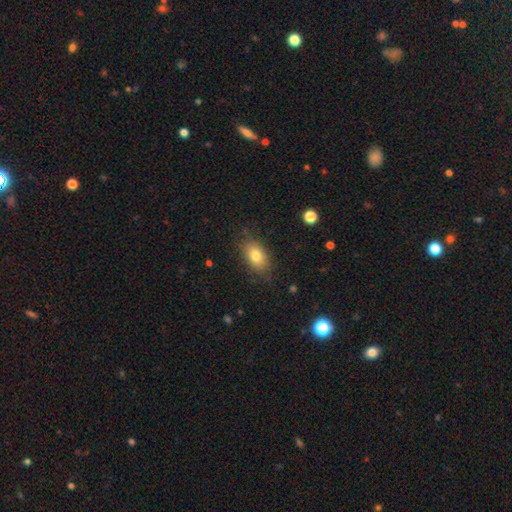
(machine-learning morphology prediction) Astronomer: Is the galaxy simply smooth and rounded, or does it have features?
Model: smooth — 79%.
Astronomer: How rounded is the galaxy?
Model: in between — 86%.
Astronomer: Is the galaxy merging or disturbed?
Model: none — 80%.